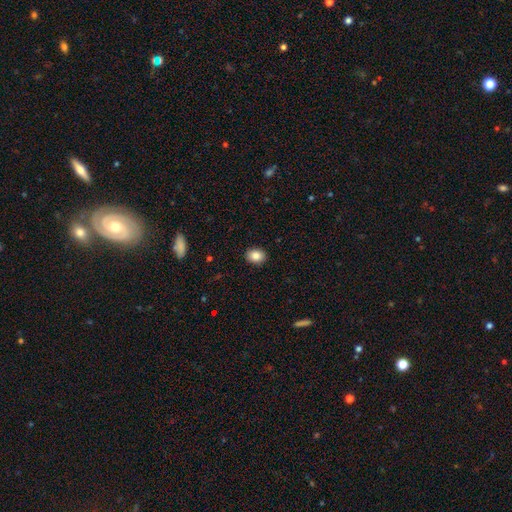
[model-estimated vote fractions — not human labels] Smooth or featured?
  - smooth: 87% *
  - star or artifact: 8%
  - featured or disk: 5%
How rounded?
  - in between: 59% *
  - round: 40%
  - cigar-shaped: 1%
Merging?
  - none: 90% *
  - minor disturbance: 7%
  - major disturbance: 2%
  - merger: 1%